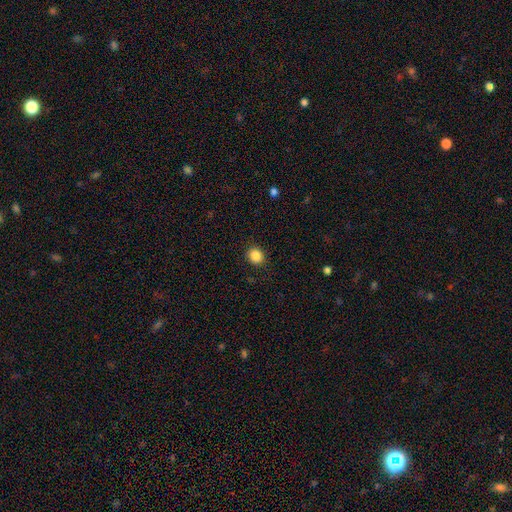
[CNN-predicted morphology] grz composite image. It shows a smooth galaxy with no disk features (87%) that is round (77%). Merging: none (90%).